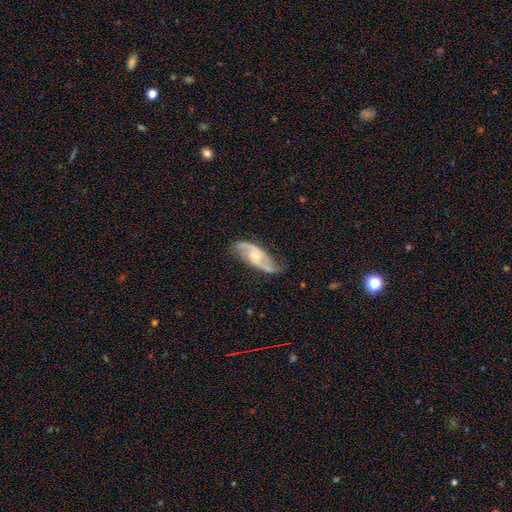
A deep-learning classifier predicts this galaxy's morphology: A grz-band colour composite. It shows a featured or disk galaxy (85%) with no bar (51%), 2 (91%) medium (44%) spiral arms (96%) and a moderate central bulge (51%). Merging: none (74%).